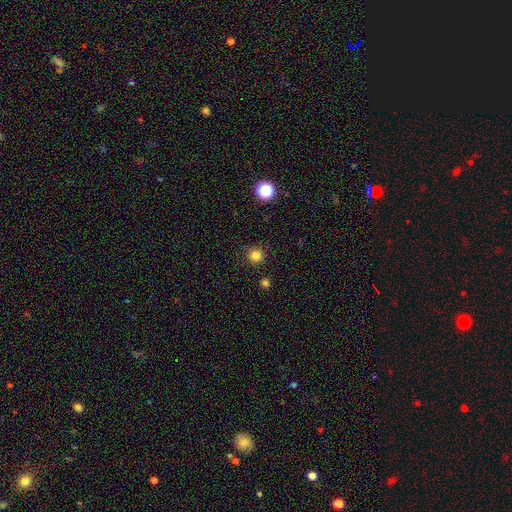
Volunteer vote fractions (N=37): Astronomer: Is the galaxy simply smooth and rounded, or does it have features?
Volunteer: smooth — 92%.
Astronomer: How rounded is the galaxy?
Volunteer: round — 100%.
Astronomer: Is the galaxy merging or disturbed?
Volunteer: none — 85%.